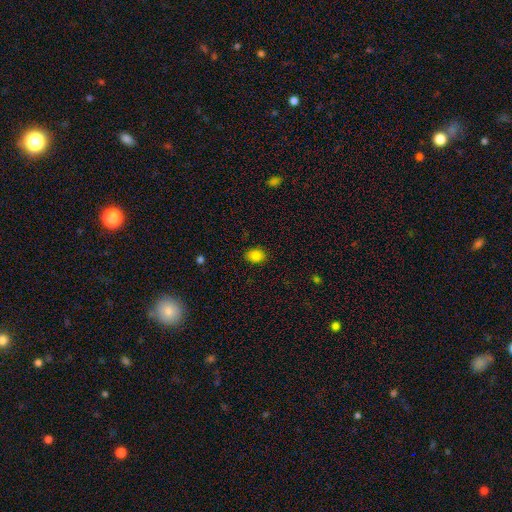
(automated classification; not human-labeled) Q: Smooth or featured?
A: smooth (84%); runner-up: star or artifact (11%)
Q: How rounded?
A: in between (67%); runner-up: round (32%)
Q: Merging?
A: none (86%); runner-up: minor disturbance (10%)